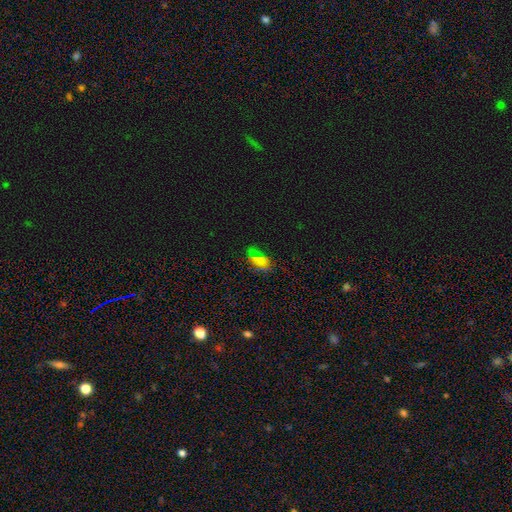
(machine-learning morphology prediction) Smooth or featured?
  - smooth: 59% *
  - star or artifact: 32%
  - featured or disk: 9%
How rounded?
  - in between: 89% *
  - round: 6%
  - cigar-shaped: 5%
Merging?
  - none: 74% *
  - minor disturbance: 18%
  - major disturbance: 6%
  - merger: 3%